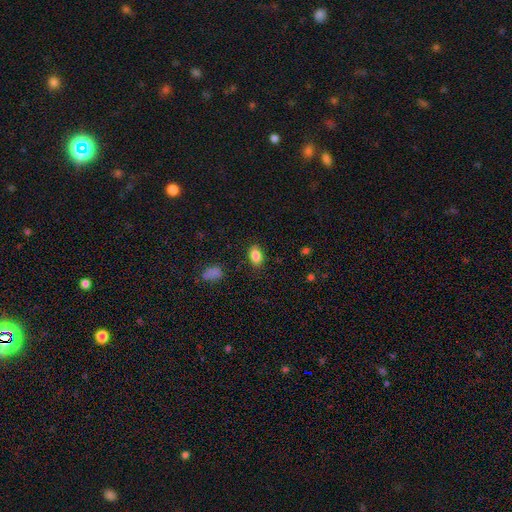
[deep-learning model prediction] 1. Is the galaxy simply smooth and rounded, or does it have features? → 85% smooth, 9% star or artifact, 6% featured or disk.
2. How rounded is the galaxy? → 88% in between, 10% round, 2% cigar-shaped.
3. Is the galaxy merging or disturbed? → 85% none, 11% minor disturbance, 3% major disturbance, 1% merger.